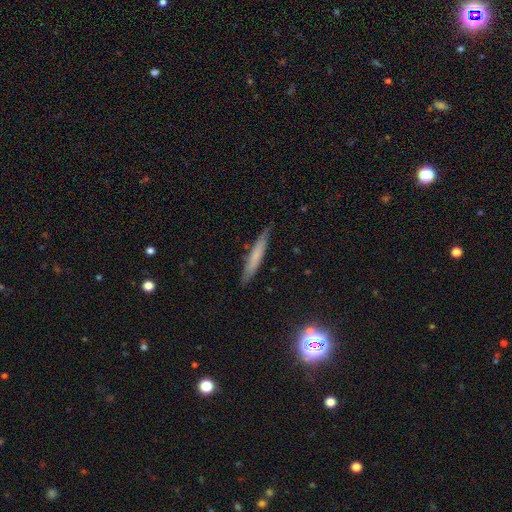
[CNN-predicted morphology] A smooth galaxy with no disk features (59%) that is cigar-shaped (94%). Merging: none (86%).